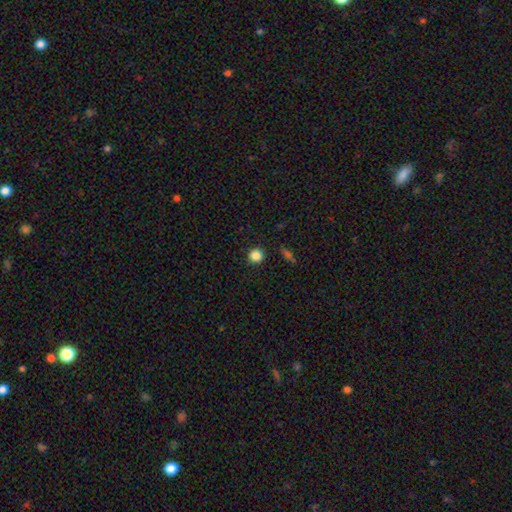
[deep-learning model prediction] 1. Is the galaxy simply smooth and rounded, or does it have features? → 85% smooth, 11% star or artifact, 4% featured or disk.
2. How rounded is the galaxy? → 93% round, 6% in between, 1% cigar-shaped.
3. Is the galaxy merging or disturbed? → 91% none, 5% minor disturbance, 2% major disturbance, 1% merger.